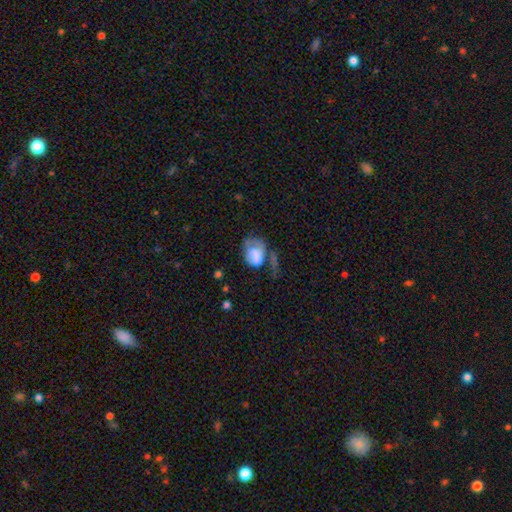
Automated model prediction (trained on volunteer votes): smooth-or-featured: smooth: 60% | featured or disk: 30% | star or artifact: 10%
  how-rounded: in between: 72% | round: 26% | cigar-shaped: 1%
  merging: major disturbance: 45% | minor disturbance: 23% | none: 22% | merger: 10%